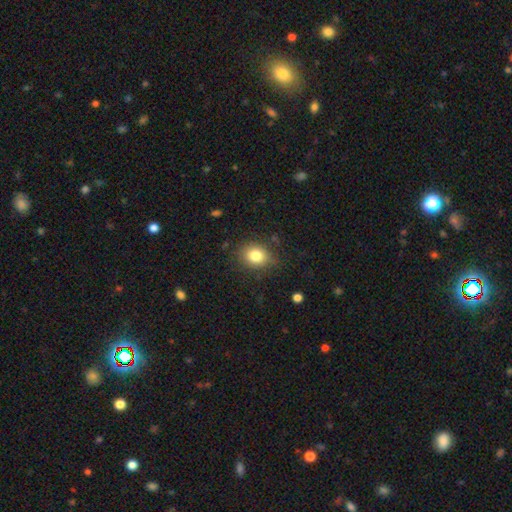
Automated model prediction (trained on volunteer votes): Smooth or featured? Predicted: smooth (p=0.80). How rounded? Predicted: round (p=0.52). Merging? Predicted: none (p=0.78).